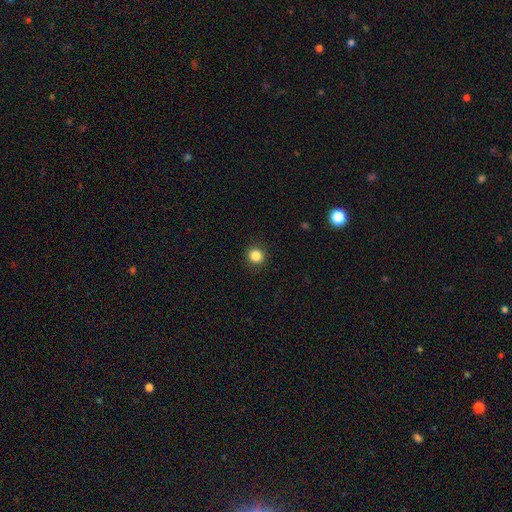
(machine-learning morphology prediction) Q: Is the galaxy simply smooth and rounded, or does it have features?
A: smooth — 85%.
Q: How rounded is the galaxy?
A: round — 92%.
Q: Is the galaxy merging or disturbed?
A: none — 91%.